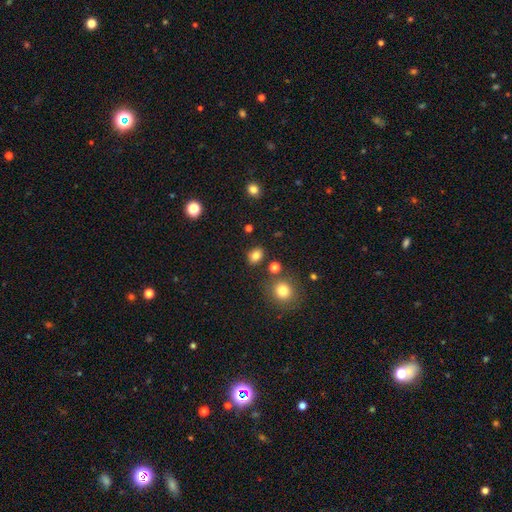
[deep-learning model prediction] smooth 82%, star or artifact 12%, featured or disk 6%. Down the decision tree: how rounded — in between (56%); merging — none (82%).